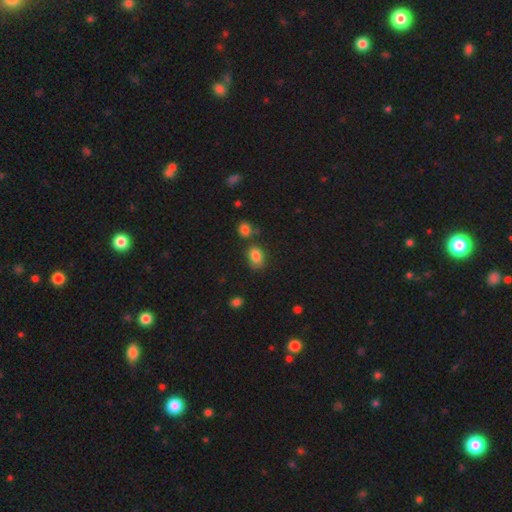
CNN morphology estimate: A smooth galaxy with no disk features (84%) that is in between round and cigar-shaped (74%). Merging: none (64%).